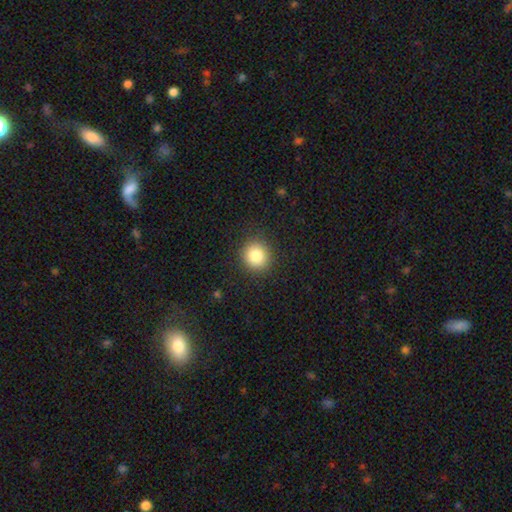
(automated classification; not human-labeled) Q: Smooth or featured?
A: smooth (84%); runner-up: star or artifact (10%)
Q: How rounded?
A: round (89%); runner-up: in between (10%)
Q: Merging?
A: none (90%); runner-up: minor disturbance (7%)